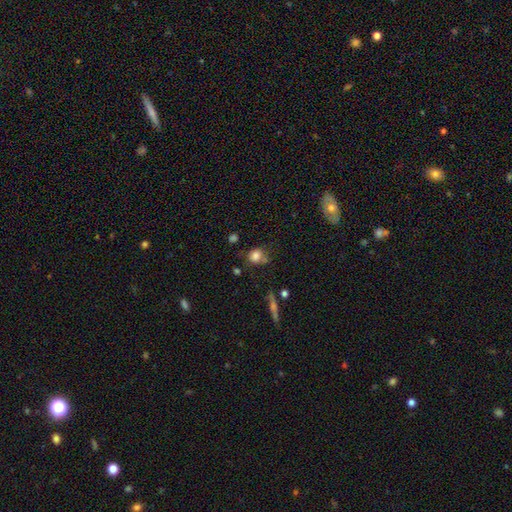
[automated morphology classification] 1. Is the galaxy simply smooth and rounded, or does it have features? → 80% smooth, 11% star or artifact, 9% featured or disk.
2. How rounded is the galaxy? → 71% round, 27% in between, 2% cigar-shaped.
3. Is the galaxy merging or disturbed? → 59% none, 22% minor disturbance, 12% merger, 8% major disturbance.